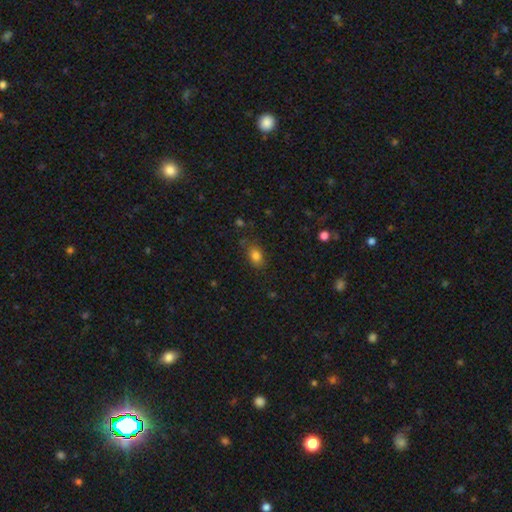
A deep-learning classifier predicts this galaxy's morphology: This appears to be a smooth galaxy with no disk features (82%) that is in between round and cigar-shaped (76%). Merging: none (74%).